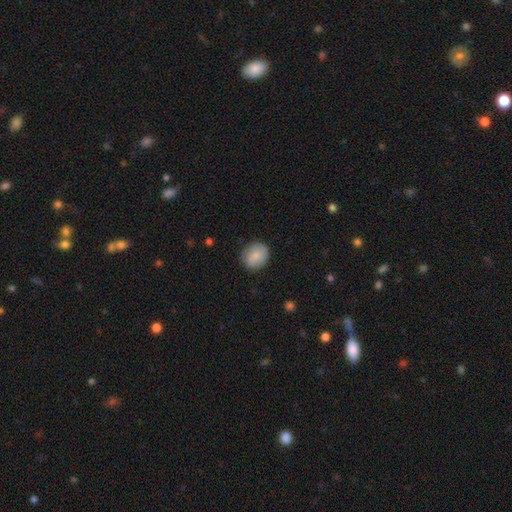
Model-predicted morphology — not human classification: A smooth galaxy with no disk features (81%) that is round (71%). Merging: none (85%).